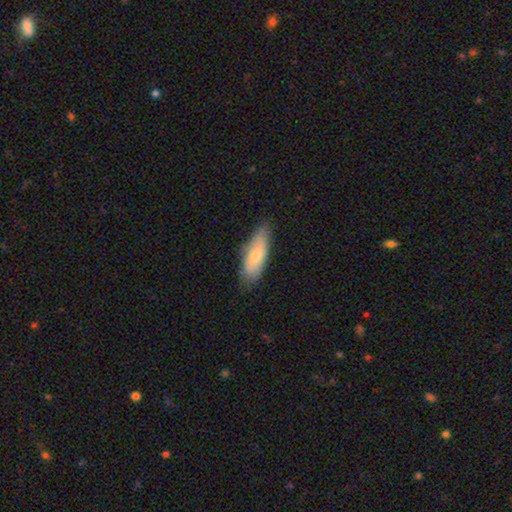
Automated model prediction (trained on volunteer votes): smooth_or_featured: smooth (p=0.68) [alt: featured or disk p=0.26]
how_rounded: in between (p=0.70) [alt: cigar-shaped p=0.27]
merging: none (p=0.68) [alt: minor disturbance p=0.26]